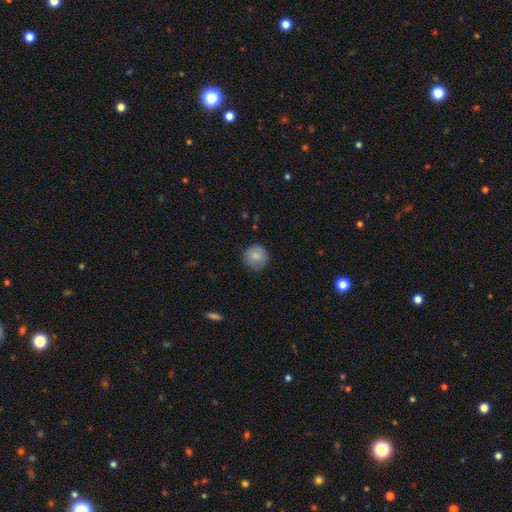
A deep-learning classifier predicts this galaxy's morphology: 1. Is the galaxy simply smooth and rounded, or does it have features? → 84% smooth, 9% featured or disk, 8% star or artifact.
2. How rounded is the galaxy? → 93% round, 6% in between, 1% cigar-shaped.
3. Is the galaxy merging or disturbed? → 82% none, 14% minor disturbance, 3% major disturbance, 1% merger.